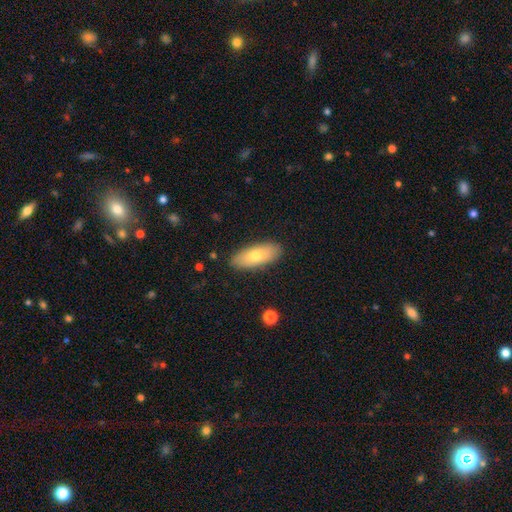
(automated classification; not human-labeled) A smooth galaxy with no disk features (72%) that is in between round and cigar-shaped (77%). Merging: none (87%).